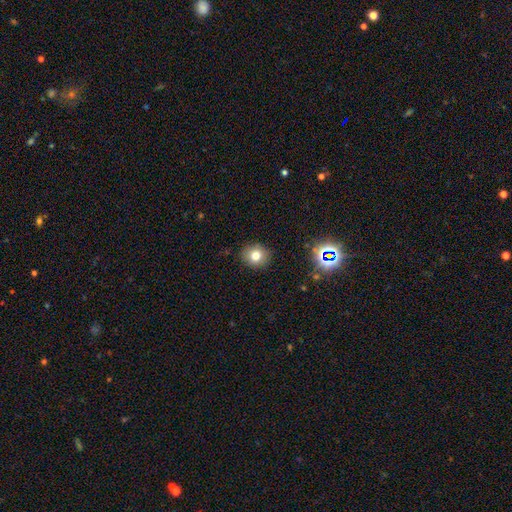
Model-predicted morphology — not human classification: Overall: smooth (75%). How rounded: round (81%). Merging: none (89%).